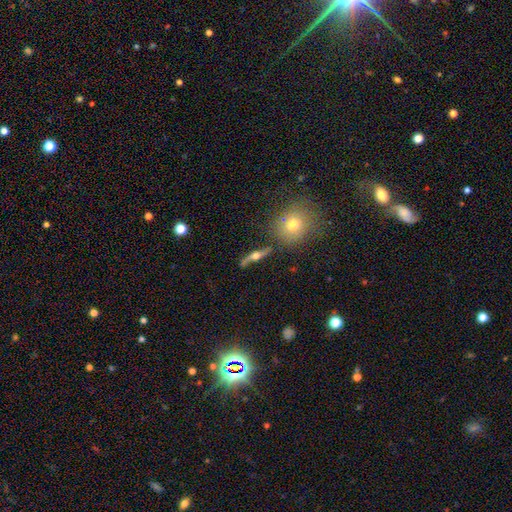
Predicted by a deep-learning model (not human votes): smooth-or-featured: featured or disk: 72% | smooth: 20% | star or artifact: 8%
  disk-edge-on: yes: 78% | no: 22%
    edge-on-bulge: rounded: 95% | boxy: 3% | none: 2%
  merging: none: 76% | minor disturbance: 13% | major disturbance: 6% | merger: 5%